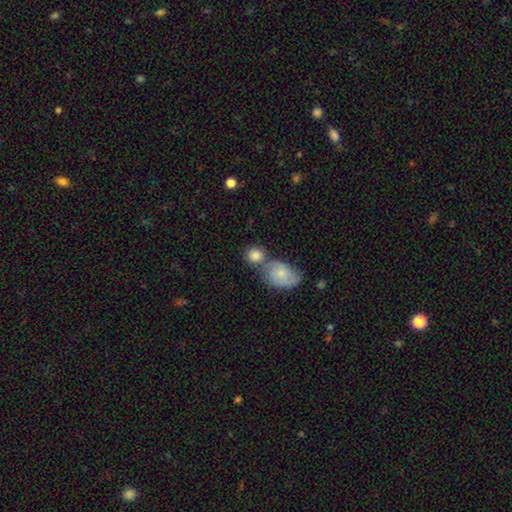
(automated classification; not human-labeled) smooth 81%, featured or disk 12%, star or artifact 7%. Down the decision tree: how rounded — round (77%); merging — none (45%).